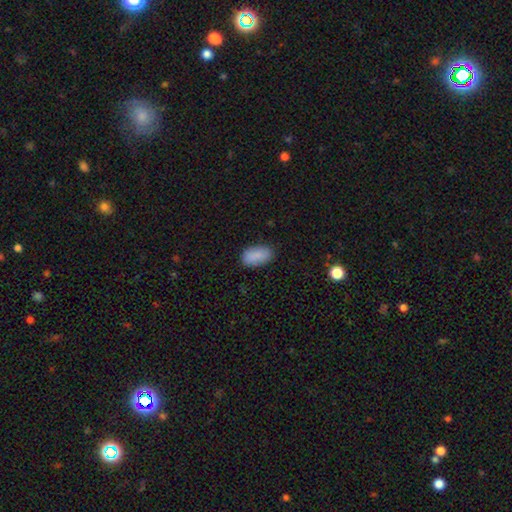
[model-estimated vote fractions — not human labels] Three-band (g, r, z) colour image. It shows a smooth galaxy with no disk features (88%) that is in between round and cigar-shaped (94%). Merging: none (85%).